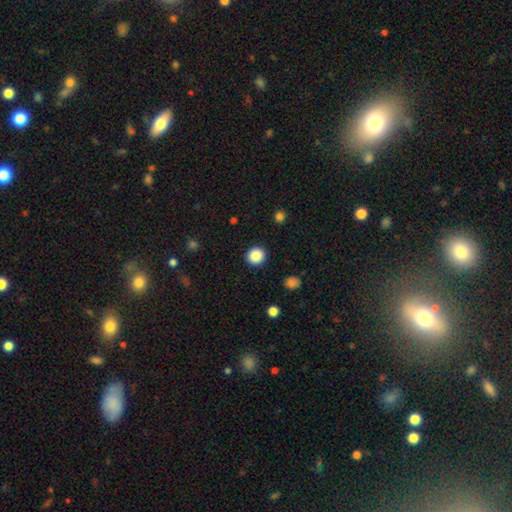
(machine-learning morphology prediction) This appears to be a smooth galaxy with no disk features (88%) that is round (93%). Merging: none (92%).